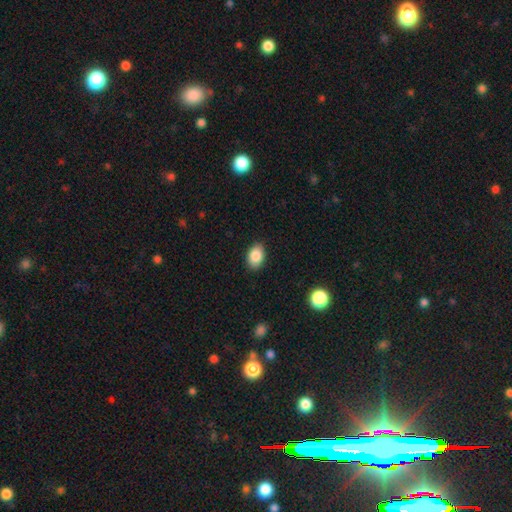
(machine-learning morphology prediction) Smooth or featured? smooth (87%)
How rounded? in between (84%)
Merging? none (87%)